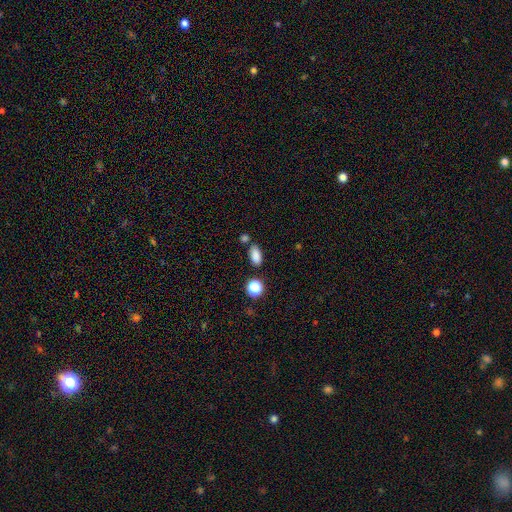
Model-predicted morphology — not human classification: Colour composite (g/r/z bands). It shows a smooth galaxy with no disk features (84%) that is in between round and cigar-shaped (88%). Merging: none (72%).